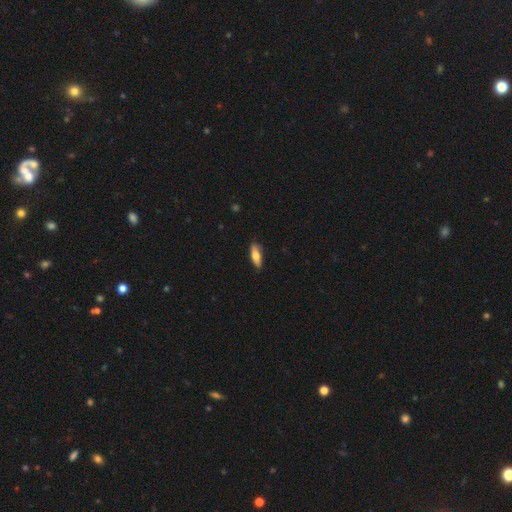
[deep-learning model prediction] smooth 70%, featured or disk 24%, star or artifact 6%. Down the decision tree: how rounded — in between (57%); merging — none (85%).